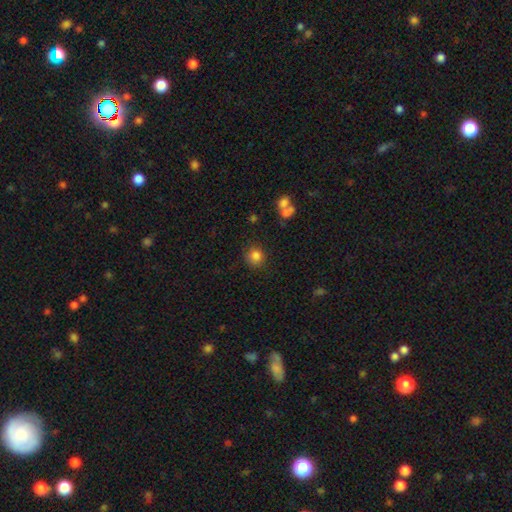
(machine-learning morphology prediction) Smooth or featured?
  - smooth: 84% *
  - star or artifact: 11%
  - featured or disk: 5%
How rounded?
  - round: 86% *
  - in between: 13%
  - cigar-shaped: 1%
Merging?
  - none: 81% *
  - minor disturbance: 11%
  - merger: 4%
  - major disturbance: 3%